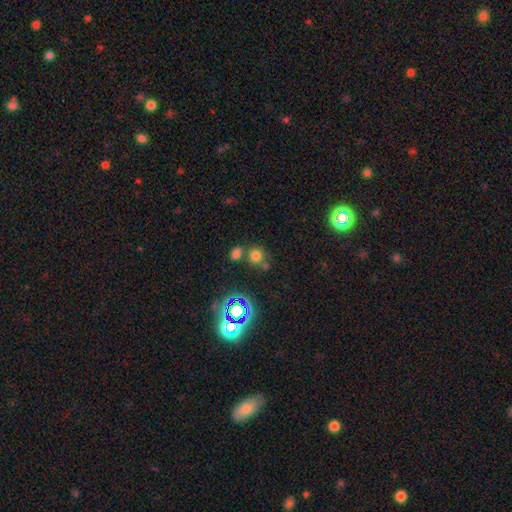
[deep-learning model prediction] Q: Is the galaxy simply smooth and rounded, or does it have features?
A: smooth — 67%.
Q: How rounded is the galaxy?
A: round — 85%.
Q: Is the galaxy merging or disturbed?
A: none — 61%.